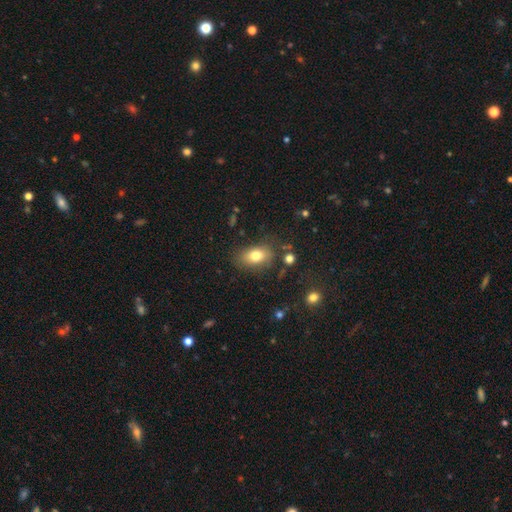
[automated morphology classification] Smooth or featured?
  - smooth: 77% *
  - featured or disk: 13%
  - star or artifact: 10%
How rounded?
  - in between: 84% *
  - round: 13%
  - cigar-shaped: 2%
Merging?
  - none: 77% *
  - minor disturbance: 15%
  - major disturbance: 5%
  - merger: 3%